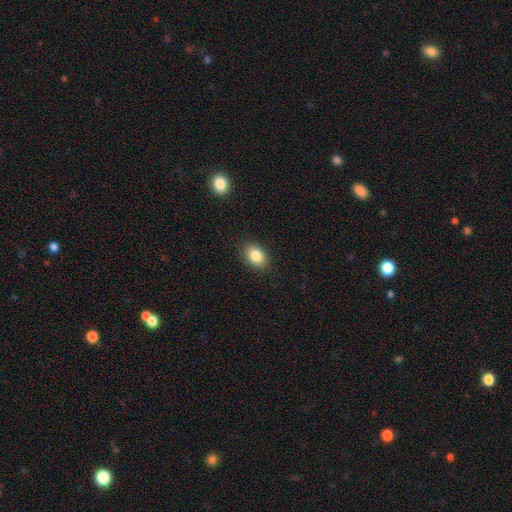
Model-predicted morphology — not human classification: smooth-or-featured: smooth: 85% | star or artifact: 8% | featured or disk: 6%
  how-rounded: in between: 81% | round: 18% | cigar-shaped: 1%
  merging: none: 88% | minor disturbance: 9% | major disturbance: 2% | merger: 1%